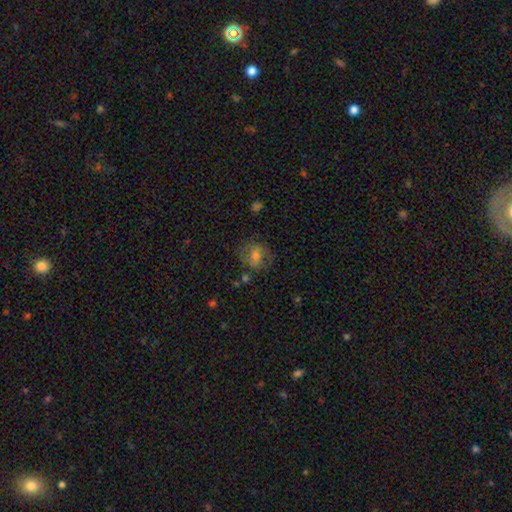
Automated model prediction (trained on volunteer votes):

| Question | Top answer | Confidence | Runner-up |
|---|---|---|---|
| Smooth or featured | smooth | 59% | featured or disk (30%) |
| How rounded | round | 63% | in between (36%) |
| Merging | none | 68% | minor disturbance (19%) |